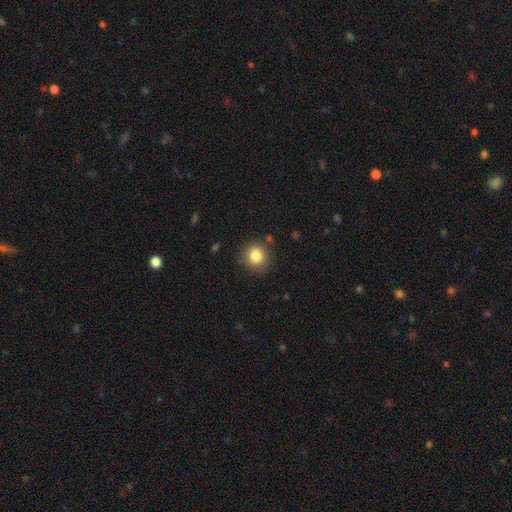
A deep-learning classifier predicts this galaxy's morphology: This appears to be a smooth galaxy with no disk features (84%) that is round (84%). Merging: none (83%).